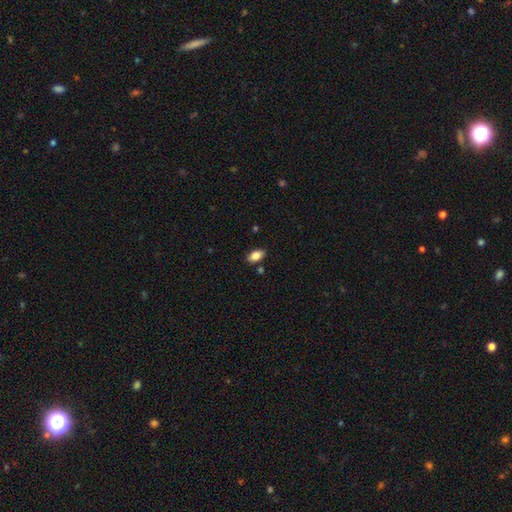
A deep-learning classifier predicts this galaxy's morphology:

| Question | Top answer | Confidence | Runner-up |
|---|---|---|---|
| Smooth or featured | smooth | 85% | star or artifact (8%) |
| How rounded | in between | 92% | round (5%) |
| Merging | none | 84% | minor disturbance (10%) |